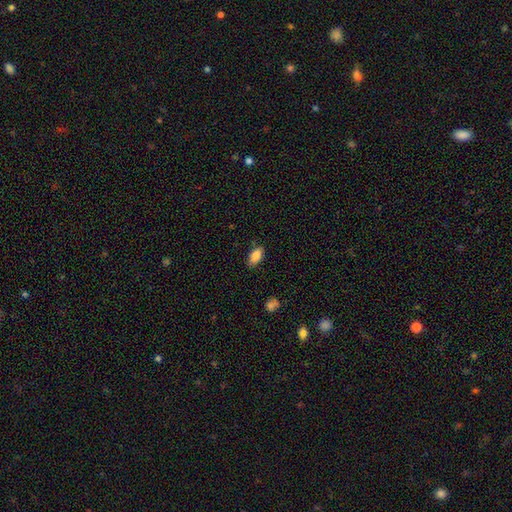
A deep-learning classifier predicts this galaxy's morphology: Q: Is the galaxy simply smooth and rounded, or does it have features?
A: smooth — 86%.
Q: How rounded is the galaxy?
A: in between — 91%.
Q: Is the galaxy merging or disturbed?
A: none — 83%.